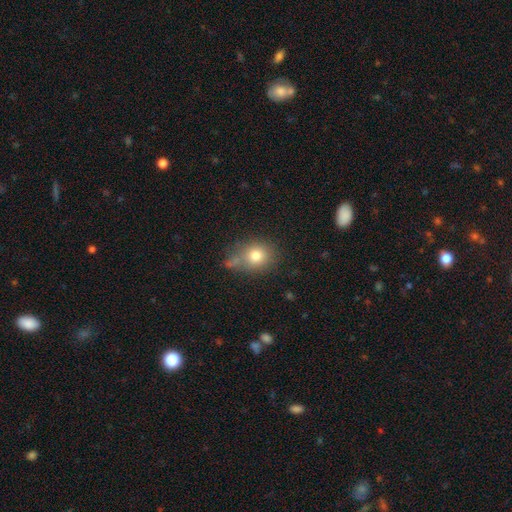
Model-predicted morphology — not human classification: The model was most divided on "how rounded": round: 69%, in between: 30%, cigar-shaped: 1%. More confident: smooth or featured — smooth (78%); merging — none (59%).